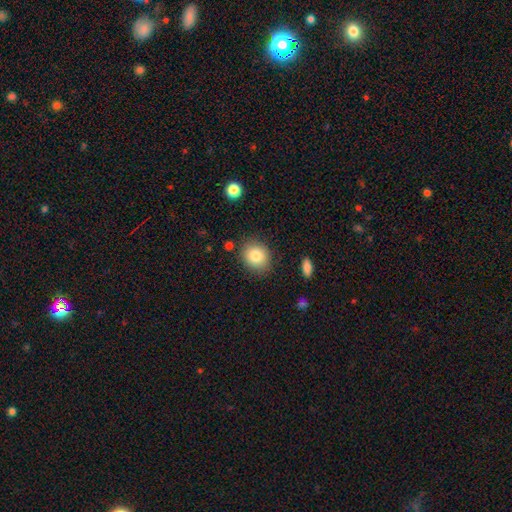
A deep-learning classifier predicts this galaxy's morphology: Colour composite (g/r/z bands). It shows a smooth galaxy with no disk features (83%) that is round (67%). Merging: none (84%).